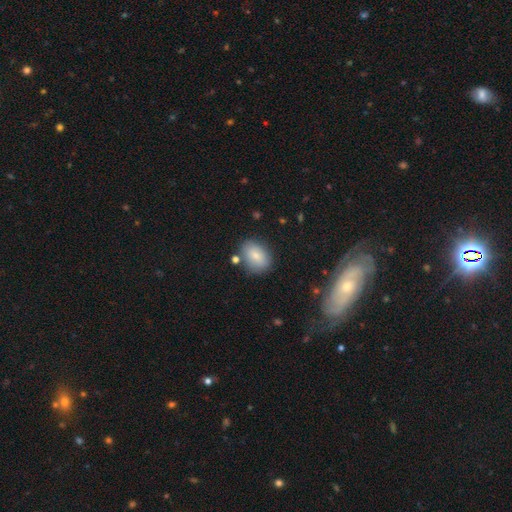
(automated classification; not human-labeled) smooth-or-featured: smooth: 81% | featured or disk: 11% | star or artifact: 8%
  how-rounded: in between: 74% | round: 25% | cigar-shaped: 1%
  merging: none: 77% | minor disturbance: 14% | merger: 5% | major disturbance: 4%